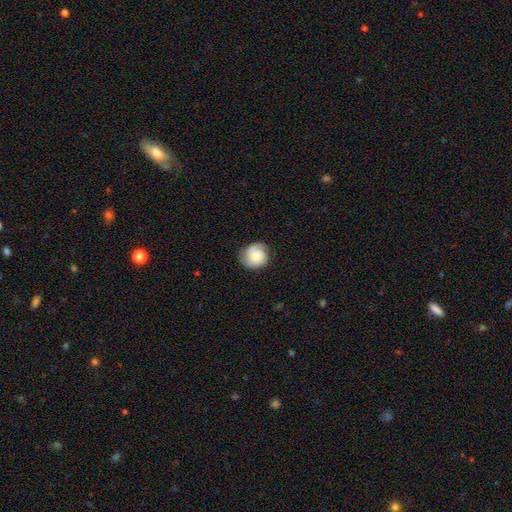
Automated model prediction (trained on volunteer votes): smooth_or_featured: featured or disk (p=0.50) [alt: smooth p=0.42]
disk_edge_on: no (p=0.98) [alt: yes p=0.02]
merging: none (p=0.72) [alt: minor disturbance p=0.20]